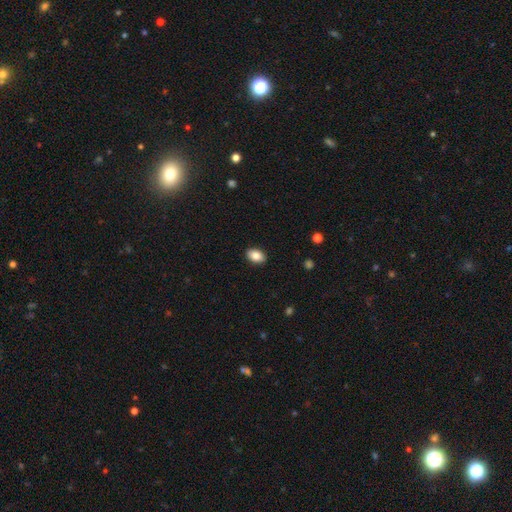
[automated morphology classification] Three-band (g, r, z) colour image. It shows a smooth galaxy with no disk features (85%) that is in between round and cigar-shaped (87%). Merging: none (90%).